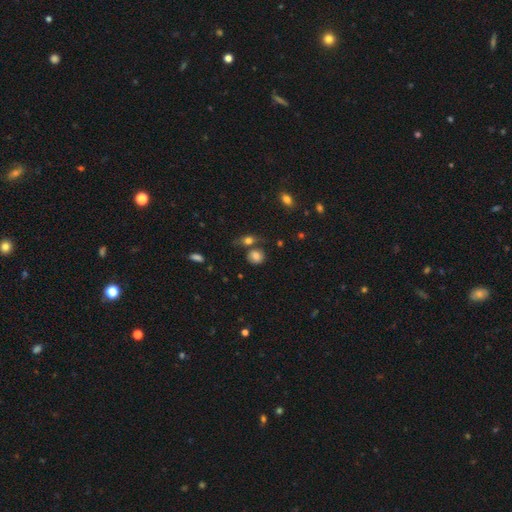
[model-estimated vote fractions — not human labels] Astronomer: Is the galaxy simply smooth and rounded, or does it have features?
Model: smooth — 77%.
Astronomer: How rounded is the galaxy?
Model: round — 70%.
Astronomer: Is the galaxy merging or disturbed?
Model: none — 57%.